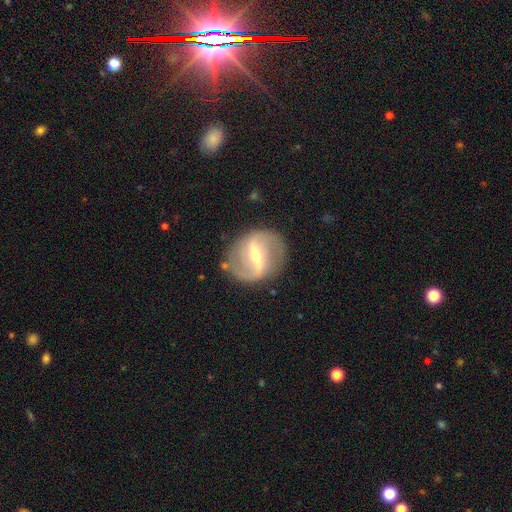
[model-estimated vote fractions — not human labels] featured or disk 83%, smooth 11%, star or artifact 6%. Down the decision tree: edge-on disk — no (95%); bar — strong (63%); spiral arms — yes (84%); spiral arm count — 2 (89%); spiral winding — loose (49%); bulge size — small (50%); merging — none (80%).